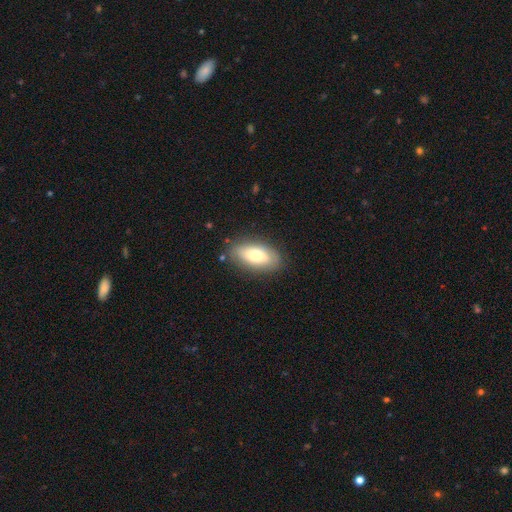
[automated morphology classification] type=smooth (72%); roundness=in between (89%); merging=none (83%).